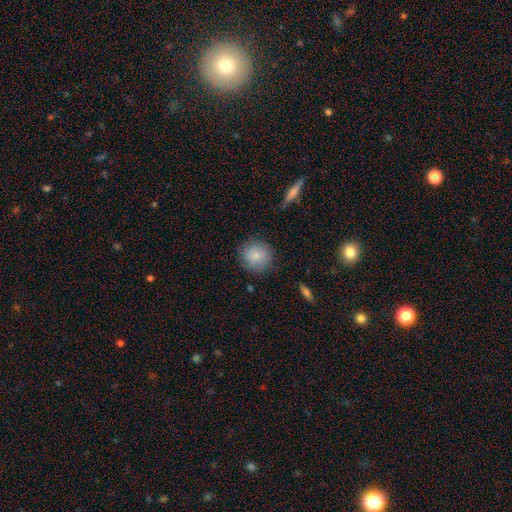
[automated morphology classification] smooth-or-featured: smooth: 84% | featured or disk: 9% | star or artifact: 7%
  how-rounded: round: 91% | in between: 8% | cigar-shaped: 1%
  merging: none: 82% | minor disturbance: 13% | major disturbance: 4% | merger: 1%